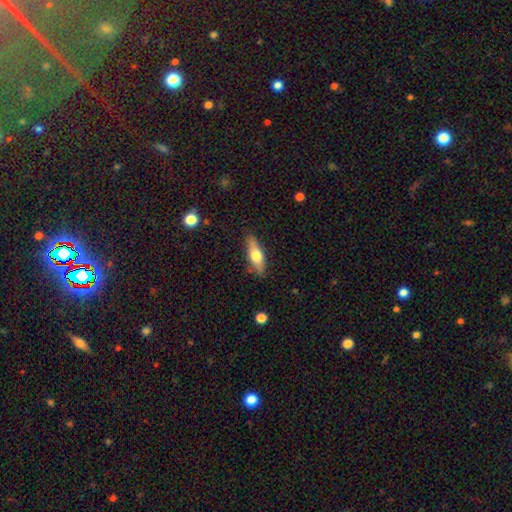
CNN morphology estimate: smooth-or-featured: smooth: 51% | featured or disk: 43% | star or artifact: 6%
  how-rounded: cigar-shaped: 50% | in between: 47% | round: 3%
  merging: none: 86% | minor disturbance: 10% | major disturbance: 2% | merger: 1%